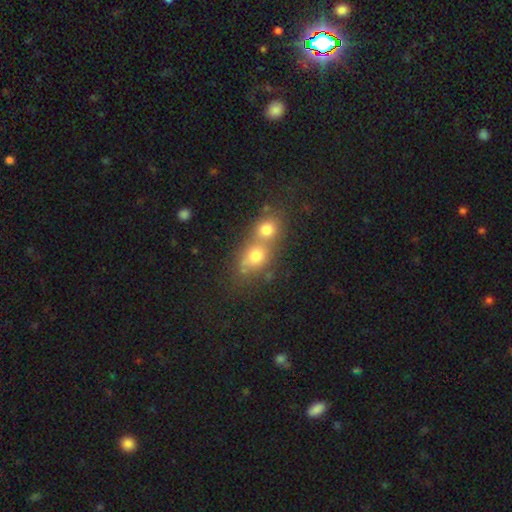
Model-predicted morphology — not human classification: A smooth galaxy with no disk features (68%) that is round (67%).

Vote fractions:
- Smooth or featured? smooth: 68% / featured or disk: 18% / star or artifact: 15%
- How rounded? round: 67% / in between: 31% / cigar-shaped: 2%
- Merging? merger: 66% / none: 25% / minor disturbance: 5% / major disturbance: 3%